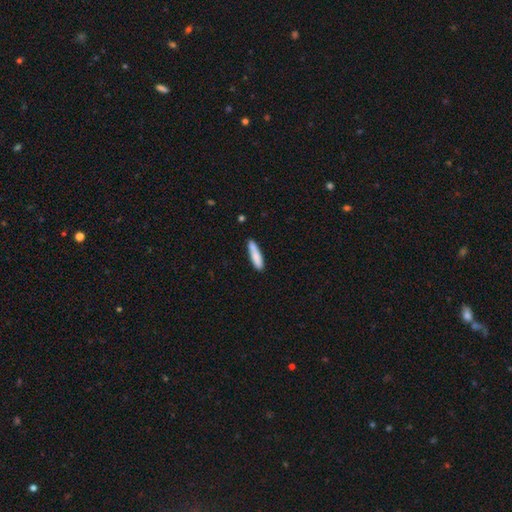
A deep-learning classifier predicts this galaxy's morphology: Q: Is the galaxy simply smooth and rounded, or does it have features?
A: smooth — 83%.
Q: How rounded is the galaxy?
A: cigar-shaped — 80%.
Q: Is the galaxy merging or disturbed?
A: none — 77%.